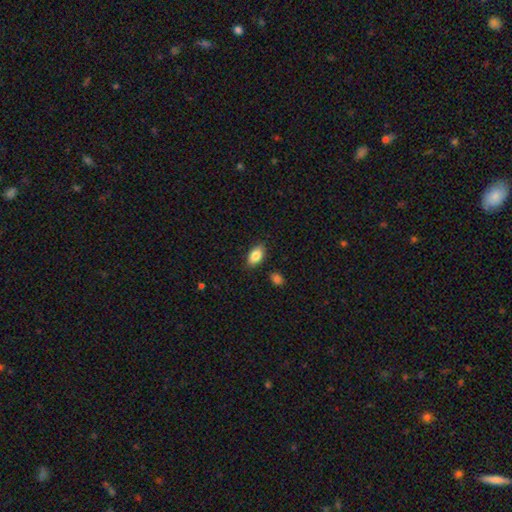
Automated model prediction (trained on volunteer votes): Morphology: type=smooth (86%); roundness=in between (93%); merging=none (86%).